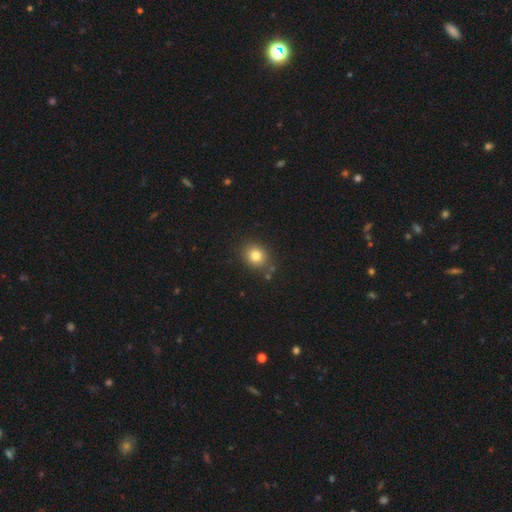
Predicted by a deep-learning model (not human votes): A smooth galaxy with no disk features (80%) that is round (68%). Merging: none (82%).